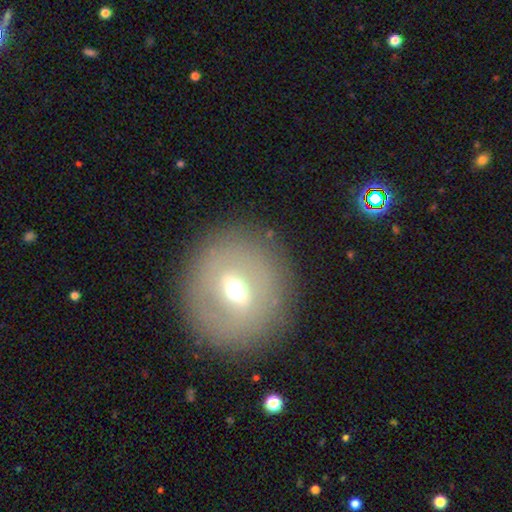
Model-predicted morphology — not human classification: This appears to be a featured or disk galaxy (45%). Merging: none (85%).